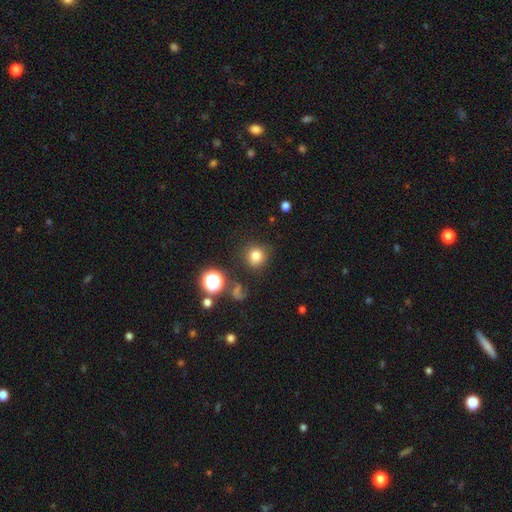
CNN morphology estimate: This is likely a smooth galaxy (77%). How rounded: clearly round (90%). Merging: clearly none (84%).